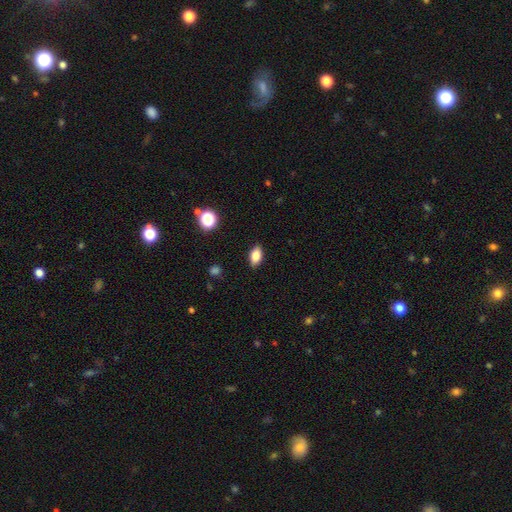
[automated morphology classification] smooth_or_featured: smooth (p=0.81) [alt: featured or disk p=0.10]
how_rounded: in between (p=0.86) [alt: round p=0.08]
merging: none (p=0.88) [alt: minor disturbance p=0.09]